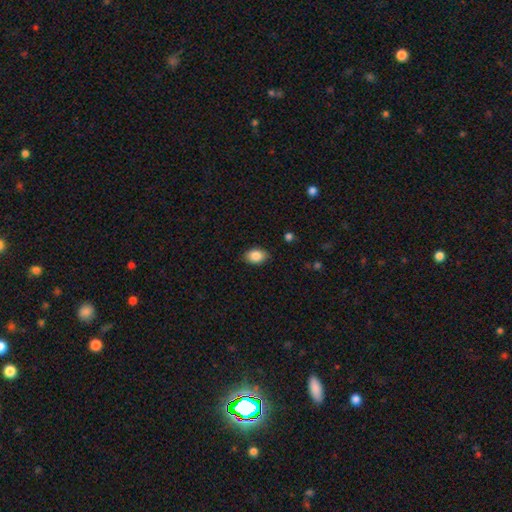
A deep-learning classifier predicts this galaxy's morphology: Q: Smooth or featured?
A: smooth (87%); runner-up: star or artifact (8%)
Q: How rounded?
A: in between (84%); runner-up: round (15%)
Q: Merging?
A: none (85%); runner-up: minor disturbance (11%)